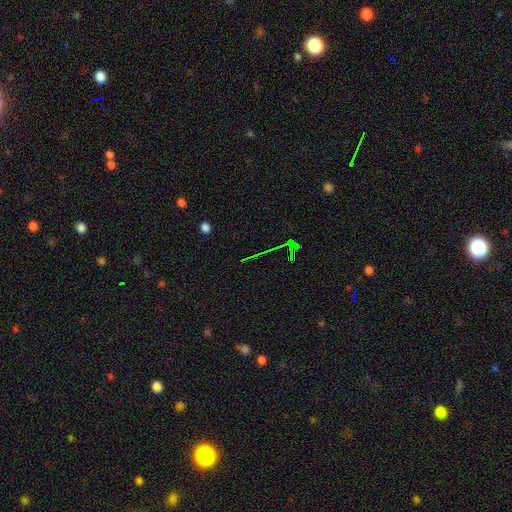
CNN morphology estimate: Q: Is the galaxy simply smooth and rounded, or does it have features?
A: star or artifact — 69%.